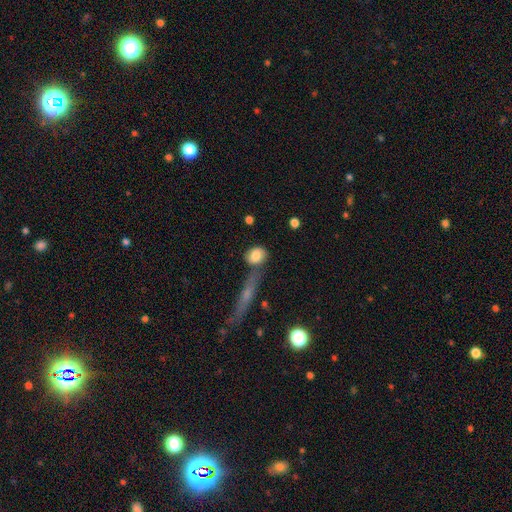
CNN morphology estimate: This is clearly a smooth galaxy (80%). How rounded: possibly in between (51%). Merging: possibly none (57%).